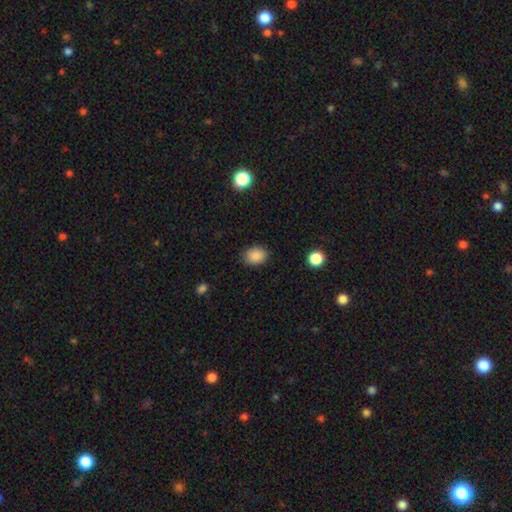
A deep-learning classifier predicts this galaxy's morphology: smooth_or_featured: smooth (p=0.86) [alt: star or artifact p=0.10]
how_rounded: in between (p=0.60) [alt: round p=0.39]
merging: none (p=0.85) [alt: minor disturbance p=0.11]